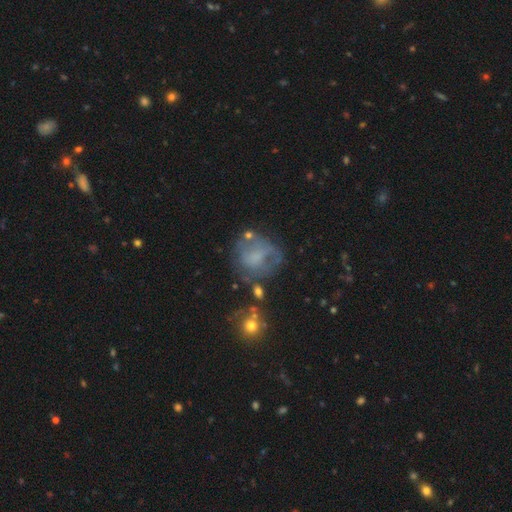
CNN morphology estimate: smooth-or-featured: featured or disk: 46% | smooth: 40% | star or artifact: 13%
  merging: none: 46% | minor disturbance: 23% | major disturbance: 22% | merger: 9%